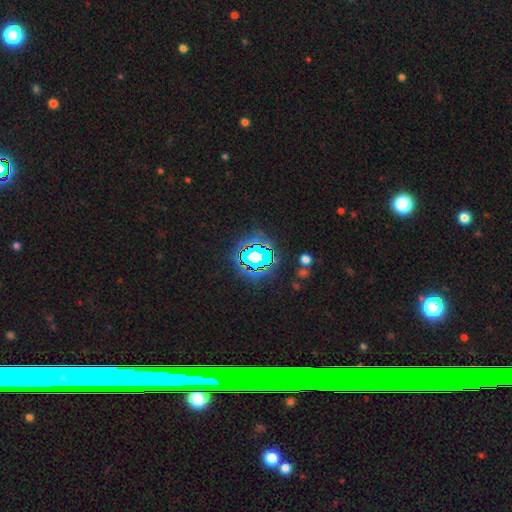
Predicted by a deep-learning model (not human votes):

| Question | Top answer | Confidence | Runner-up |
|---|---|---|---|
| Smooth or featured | star or artifact | 66% | smooth (18%) |